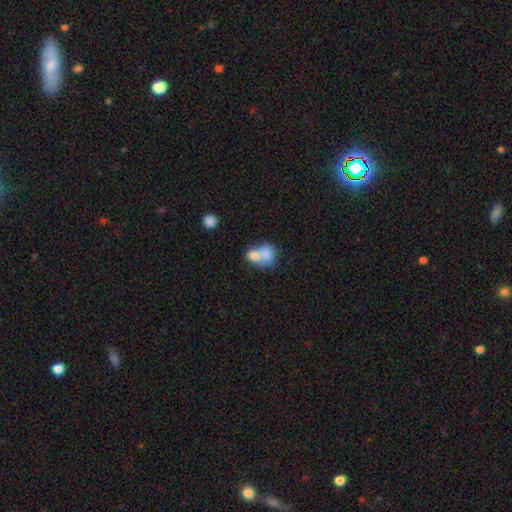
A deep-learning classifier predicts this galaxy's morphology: A smooth galaxy with no disk features (73%) that is in between round and cigar-shaped (59%). Merging: merger (70%).